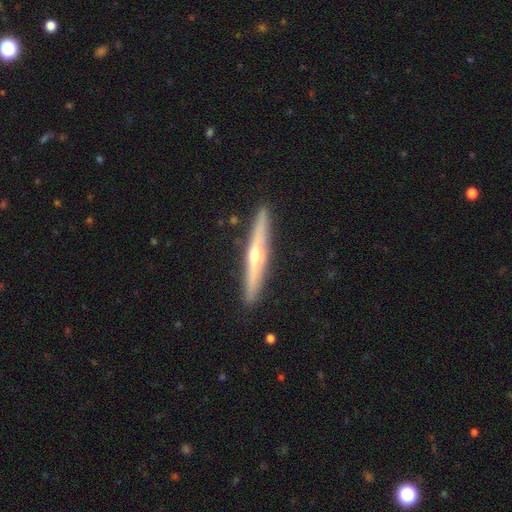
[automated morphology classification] featured or disk 70%, smooth 24%, star or artifact 6%. Down the decision tree: edge-on disk — yes (97%); edge-on bulge — rounded (86%); merging — none (91%).